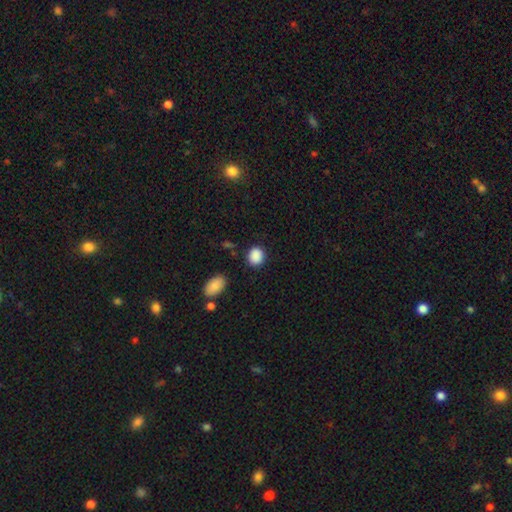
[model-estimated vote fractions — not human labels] This is clearly a smooth galaxy (89%). How rounded: likely round (68%). Merging: clearly none (85%).